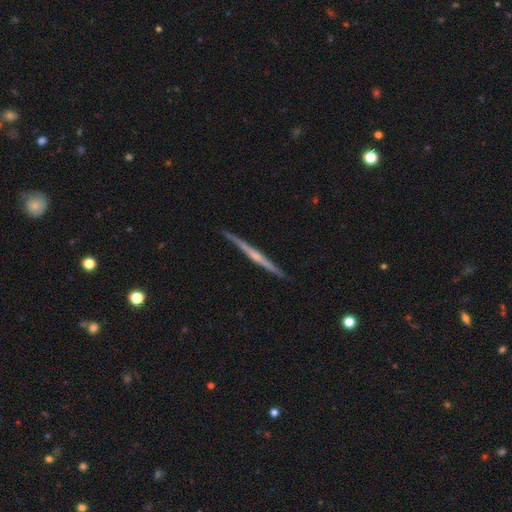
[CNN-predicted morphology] The model was most divided on "edge-on bulge": rounded: 46%, none: 43%, boxy: 11%. More confident: edge-on disk — yes (98%); merging — none (91%); smooth or featured — featured or disk (74%).